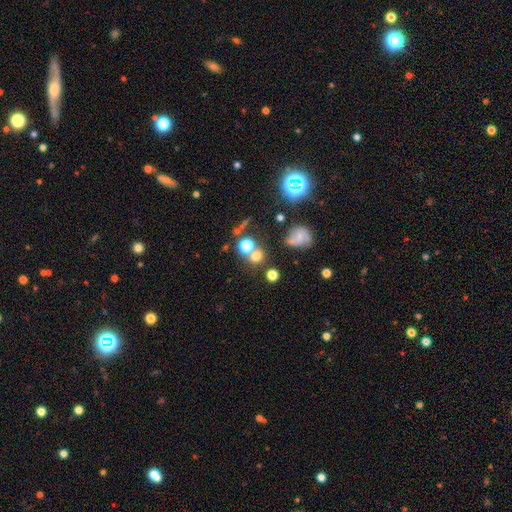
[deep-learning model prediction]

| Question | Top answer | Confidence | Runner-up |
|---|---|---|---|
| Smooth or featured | smooth | 65% | star or artifact (23%) |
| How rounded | round | 81% | in between (17%) |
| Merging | none | 60% | merger (25%) |